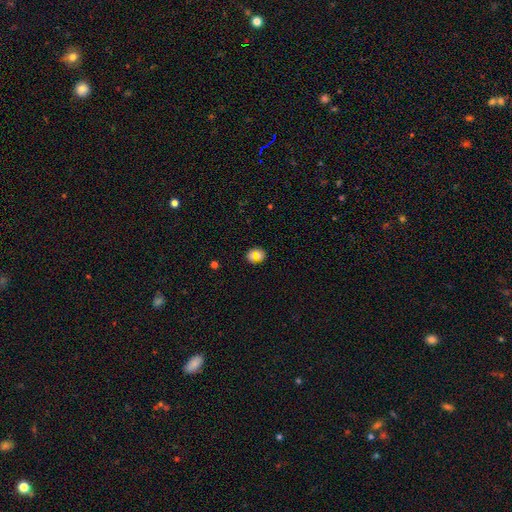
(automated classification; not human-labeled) smooth-or-featured: smooth: 64% | star or artifact: 21% | featured or disk: 15%
  how-rounded: round: 78% | in between: 21% | cigar-shaped: 2%
  merging: none: 76% | merger: 11% | minor disturbance: 10% | major disturbance: 4%